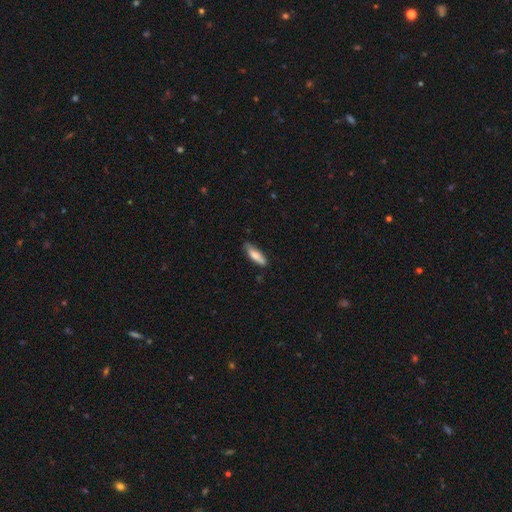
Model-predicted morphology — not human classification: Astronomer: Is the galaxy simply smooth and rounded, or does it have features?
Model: smooth — 75%.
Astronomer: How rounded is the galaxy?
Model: cigar-shaped — 57% (runner-up: in between, 42%).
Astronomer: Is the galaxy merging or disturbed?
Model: none — 76%.